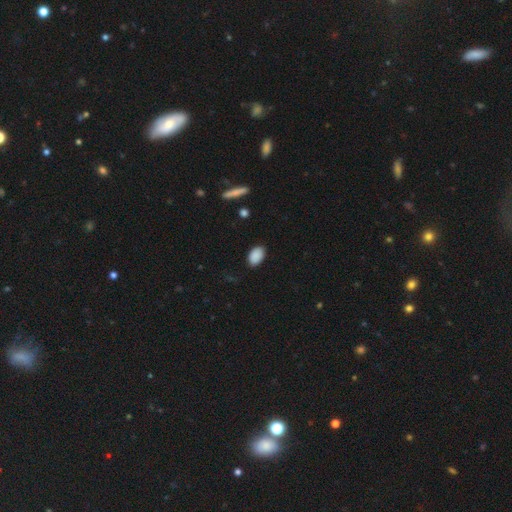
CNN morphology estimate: A smooth galaxy with no disk features (89%) that is in between round and cigar-shaped (90%).

Vote fractions:
- Smooth or featured? smooth: 89% / star or artifact: 8% / featured or disk: 4%
- How rounded? in between: 90% / round: 9% / cigar-shaped: 1%
- Merging? none: 85% / minor disturbance: 11% / major disturbance: 2% / merger: 1%